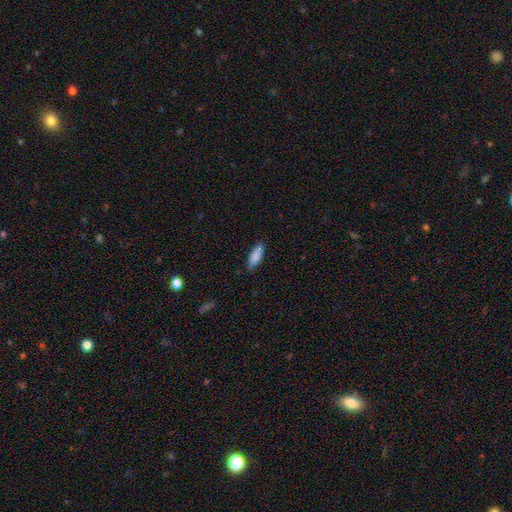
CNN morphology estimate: Smooth or featured? Predicted: smooth (p=0.86). How rounded? Predicted: in between (p=0.63). Merging? Predicted: none (p=0.80).